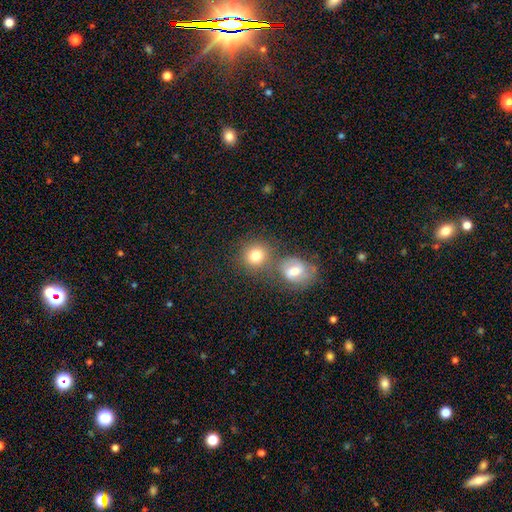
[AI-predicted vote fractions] smooth-or-featured: smooth: 78% | featured or disk: 12% | star or artifact: 10%
  how-rounded: round: 84% | in between: 15% | cigar-shaped: 1%
  merging: none: 59% | merger: 28% | minor disturbance: 9% | major disturbance: 4%